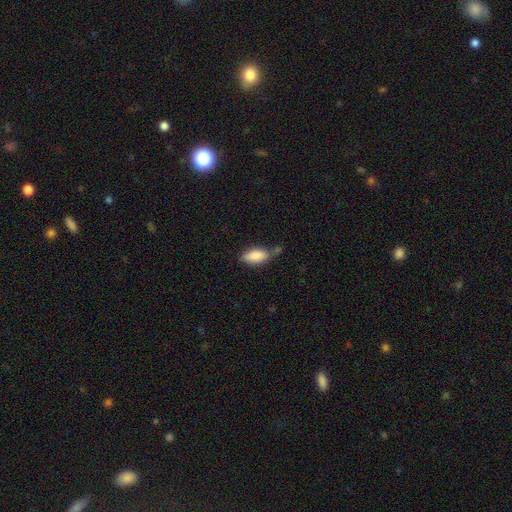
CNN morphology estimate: A smooth galaxy with no disk features (85%) that is in between round and cigar-shaped (86%).

Vote fractions:
- Smooth or featured? smooth: 85% / featured or disk: 8% / star or artifact: 7%
- How rounded? in between: 86% / cigar-shaped: 12% / round: 3%
- Merging? none: 60% / minor disturbance: 22% / merger: 12% / major disturbance: 6%